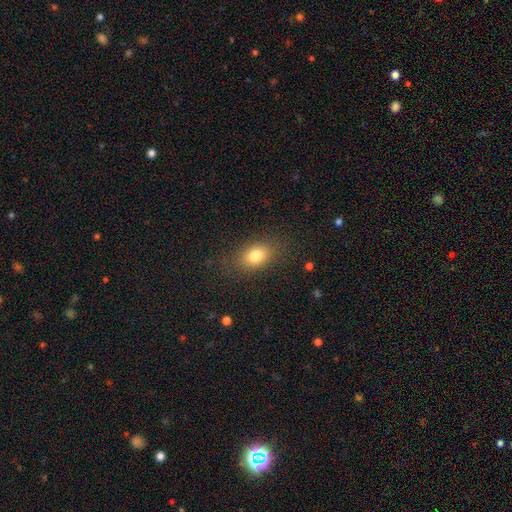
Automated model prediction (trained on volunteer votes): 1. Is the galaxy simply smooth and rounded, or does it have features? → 80% smooth, 10% featured or disk, 10% star or artifact.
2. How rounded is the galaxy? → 79% in between, 19% round, 2% cigar-shaped.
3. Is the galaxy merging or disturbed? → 83% none, 12% minor disturbance, 5% major disturbance, 1% merger.